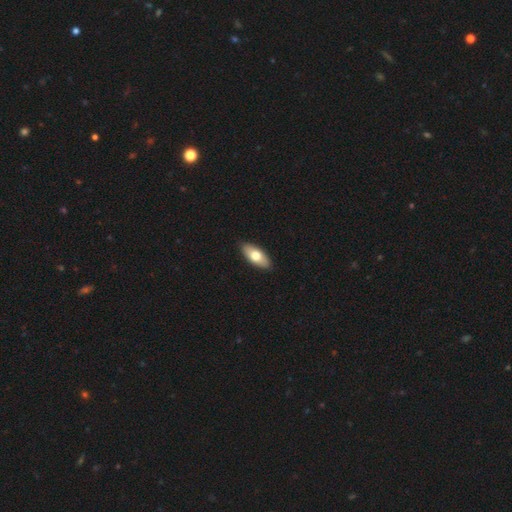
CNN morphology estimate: smooth-or-featured: smooth: 71% | featured or disk: 23% | star or artifact: 5%
  how-rounded: in between: 86% | cigar-shaped: 12% | round: 3%
  merging: none: 90% | minor disturbance: 7% | major disturbance: 1% | merger: 1%